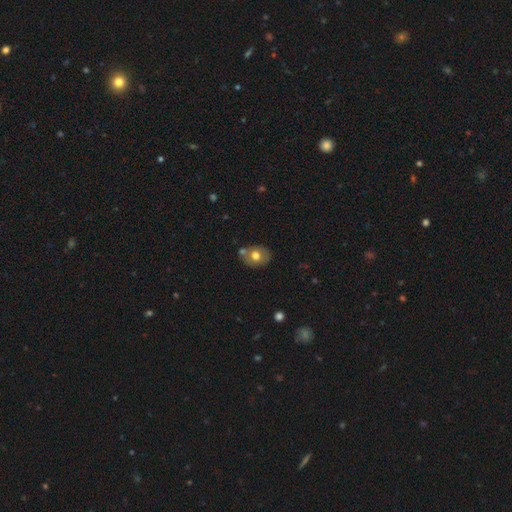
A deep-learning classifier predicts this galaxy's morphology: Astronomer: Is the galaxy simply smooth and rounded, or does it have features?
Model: smooth — 66%.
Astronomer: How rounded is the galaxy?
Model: round — 52% (runner-up: in between, 47%).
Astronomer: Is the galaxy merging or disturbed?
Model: none — 63%.